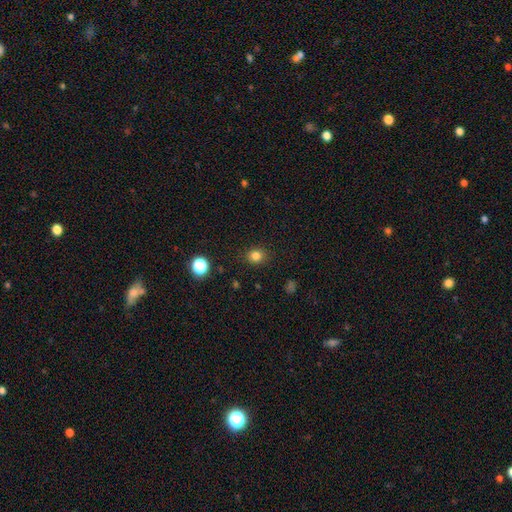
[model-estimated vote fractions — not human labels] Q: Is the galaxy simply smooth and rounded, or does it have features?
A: smooth — 82%.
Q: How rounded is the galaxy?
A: round — 72%.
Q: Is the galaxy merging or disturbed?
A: none — 88%.